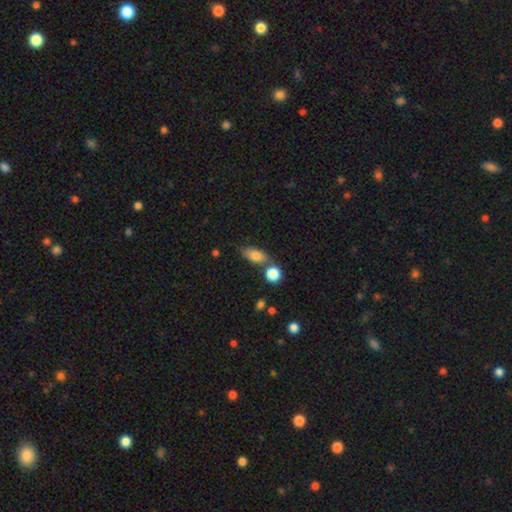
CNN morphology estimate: smooth-or-featured: smooth: 79% | featured or disk: 13% | star or artifact: 9%
  how-rounded: in between: 81% | round: 10% | cigar-shaped: 9%
  merging: none: 60% | merger: 19% | minor disturbance: 16% | major disturbance: 5%